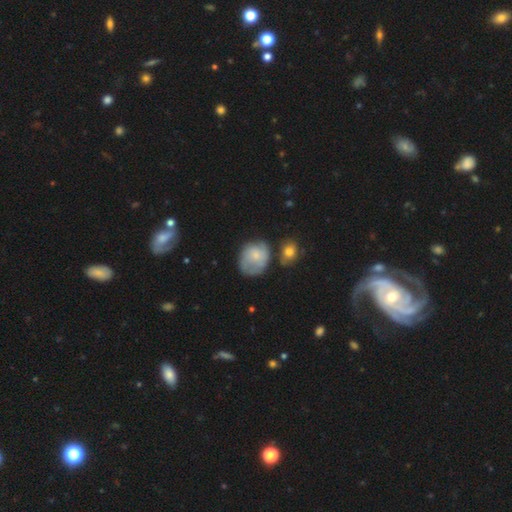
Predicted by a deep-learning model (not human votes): smooth-or-featured: smooth: 57% | featured or disk: 36% | star or artifact: 7%
  how-rounded: round: 60% | in between: 39% | cigar-shaped: 1%
  merging: none: 47% | minor disturbance: 29% | major disturbance: 14% | merger: 10%